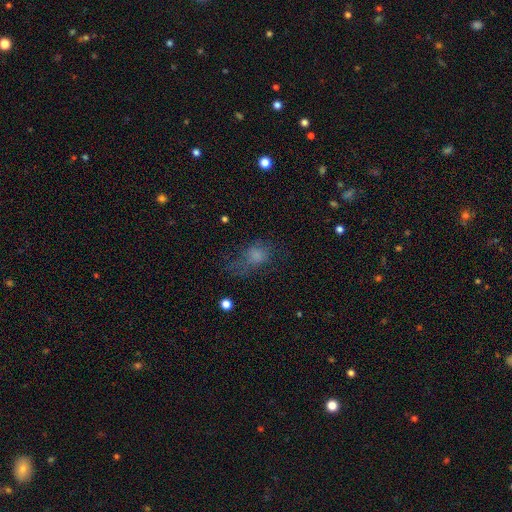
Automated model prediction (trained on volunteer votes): This appears to be a smooth galaxy with no disk features (62%) that is in between round and cigar-shaped (63%). Merging: none (39%).